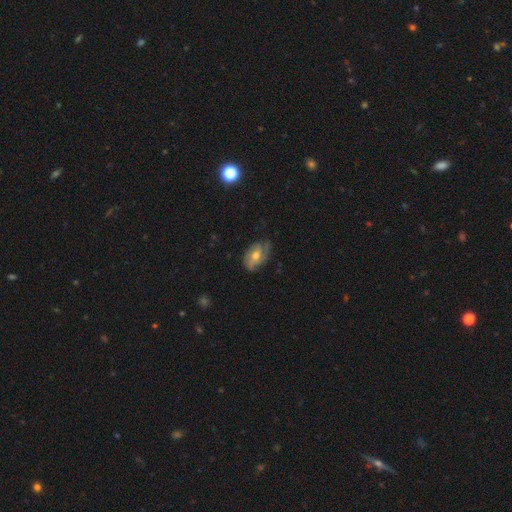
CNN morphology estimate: This is likely a featured or disk galaxy (67%). It is clearly not viewed edge-on (95%). Bar: likely no (62%). Spiral arm pattern: clearly yes (88%). Spiral arm count: marginally 2 (41%). Spiral winding: marginally tight (40%). Central bulge: likely moderate (66%). Merging: likely none (66%).